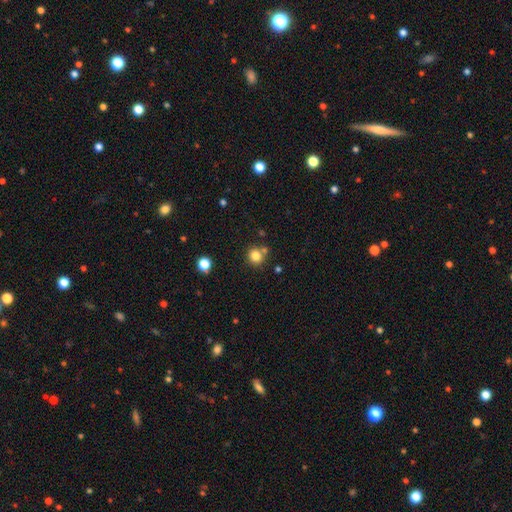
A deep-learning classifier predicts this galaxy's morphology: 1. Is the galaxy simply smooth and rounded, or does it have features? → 82% smooth, 13% star or artifact, 6% featured or disk.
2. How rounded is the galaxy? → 89% round, 10% in between, 1% cigar-shaped.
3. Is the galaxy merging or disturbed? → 75% none, 14% merger, 9% minor disturbance, 3% major disturbance.